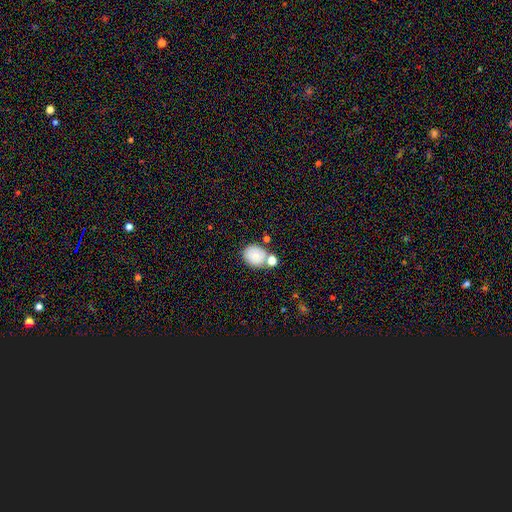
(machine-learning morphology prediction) This appears to be a smooth galaxy with no disk features (77%) that is round (60%). Merging: none (60%).